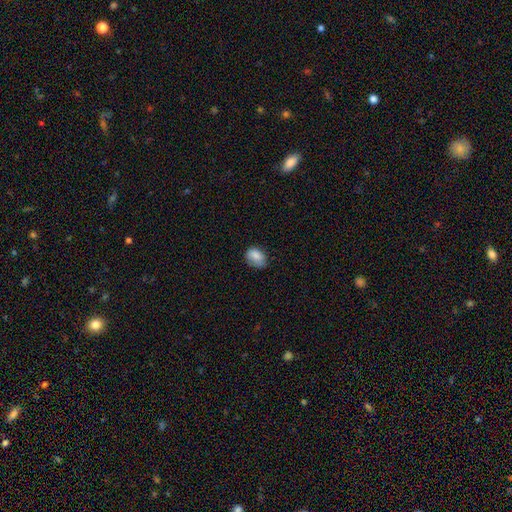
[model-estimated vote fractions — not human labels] A smooth galaxy with no disk features (83%) that is in between round and cigar-shaped (75%).

Vote fractions:
- Smooth or featured? smooth: 83% / featured or disk: 9% / star or artifact: 8%
- How rounded? in between: 75% / round: 23% / cigar-shaped: 1%
- Merging? none: 62% / minor disturbance: 30% / major disturbance: 7% / merger: 1%